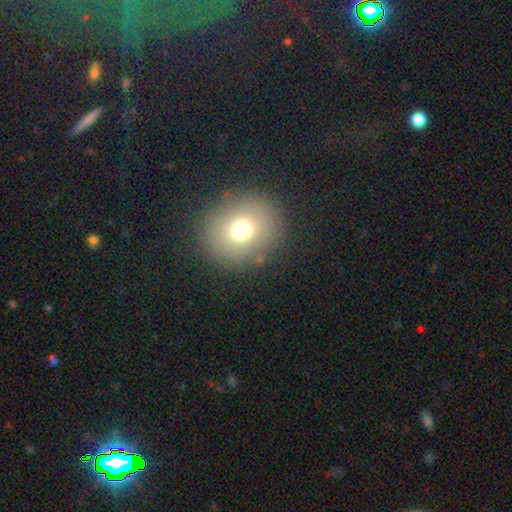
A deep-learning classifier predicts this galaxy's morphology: smooth_or_featured: smooth (p=0.65) [alt: star or artifact p=0.21]
how_rounded: round (p=0.79) [alt: in between p=0.20]
merging: none (p=0.90) [alt: minor disturbance p=0.06]